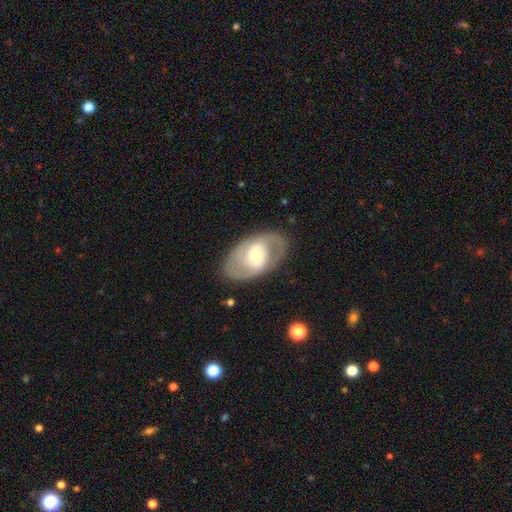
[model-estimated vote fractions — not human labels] Smooth or featured?
  - featured or disk: 73% *
  - smooth: 22%
  - star or artifact: 5%
Edge-on disk?
  - no: 94% *
  - yes: 6%
Bar?
  - no: 57% *
  - weak: 31%
  - strong: 12%
Spiral arms?
  - yes: 72% *
  - no: 28%
Bulge size?
  - moderate: 58% *
  - small: 28%
  - large: 11%
  - dominant: 1%
  - none: 1%
Merging?
  - none: 81% *
  - minor disturbance: 12%
  - major disturbance: 6%
  - merger: 1%